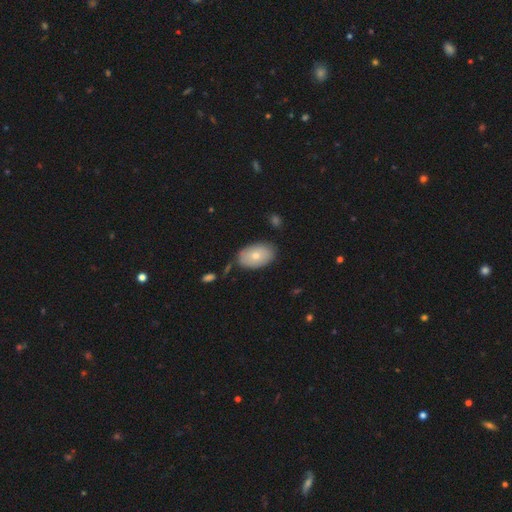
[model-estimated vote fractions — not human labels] This appears to be a smooth galaxy with no disk features (70%) that is in between round and cigar-shaped (90%). Merging: none (77%).